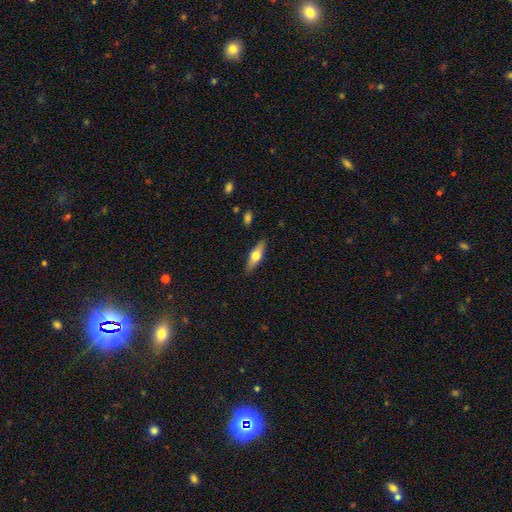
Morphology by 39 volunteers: Smooth or featured?
  - featured or disk: 54% *
  - smooth: 38%
  - star or artifact: 8%
Edge-on disk?
  - yes: 90% *
  - no: 10%
Edge-on bulge?
  - rounded: 100% *
  - boxy: 0%
  - none: 0%
Merging?
  - none: 81% *
  - minor disturbance: 11%
  - major disturbance: 6%
  - merger: 3%